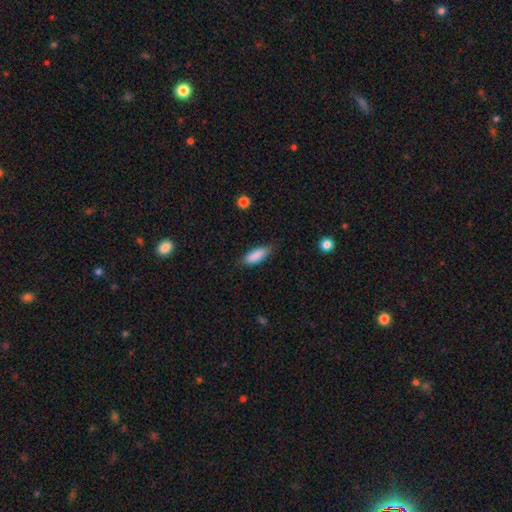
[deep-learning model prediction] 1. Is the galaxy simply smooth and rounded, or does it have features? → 88% smooth, 6% star or artifact, 6% featured or disk.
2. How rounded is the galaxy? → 70% in between, 29% cigar-shaped, 2% round.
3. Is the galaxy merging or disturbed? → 78% none, 17% minor disturbance, 3% major disturbance, 1% merger.